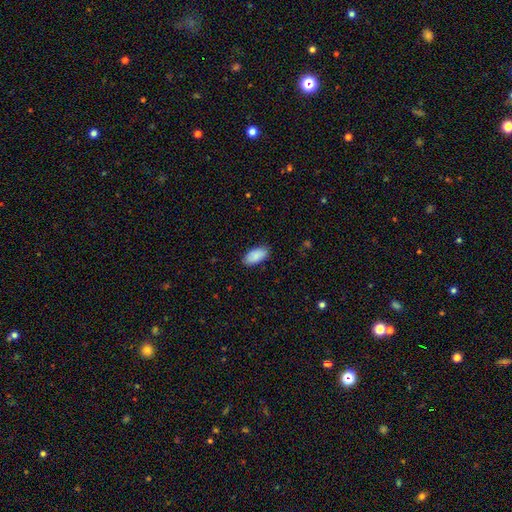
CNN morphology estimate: This is clearly a smooth galaxy (88%). How rounded: clearly in between (94%). Merging: clearly none (85%).